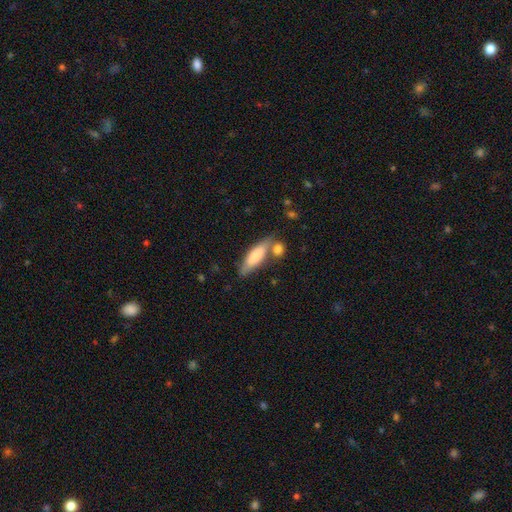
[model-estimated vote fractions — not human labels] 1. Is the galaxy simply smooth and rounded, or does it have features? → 75% smooth, 19% featured or disk, 6% star or artifact.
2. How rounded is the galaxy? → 55% cigar-shaped, 43% in between, 2% round.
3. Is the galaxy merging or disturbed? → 58% none, 21% merger, 16% minor disturbance, 5% major disturbance.